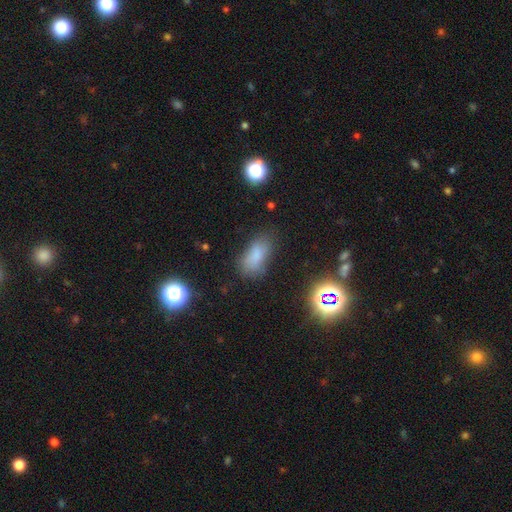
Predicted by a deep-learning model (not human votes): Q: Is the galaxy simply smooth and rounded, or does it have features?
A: smooth — 74%.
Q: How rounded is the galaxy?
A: in between — 89%.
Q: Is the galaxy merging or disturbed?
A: none — 65%.